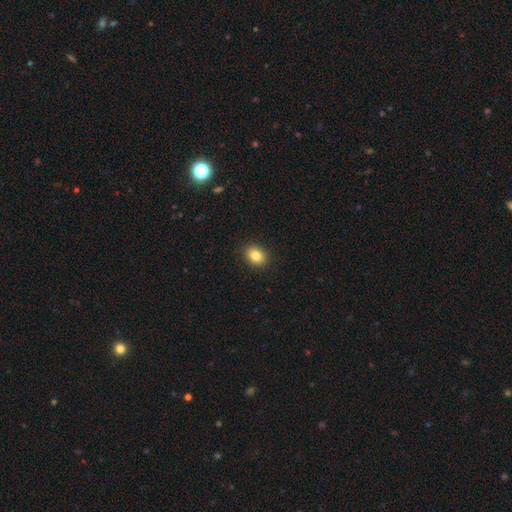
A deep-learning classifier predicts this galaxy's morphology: A smooth galaxy with no disk features (84%) that is in between round and cigar-shaped (56%). Merging: none (90%).